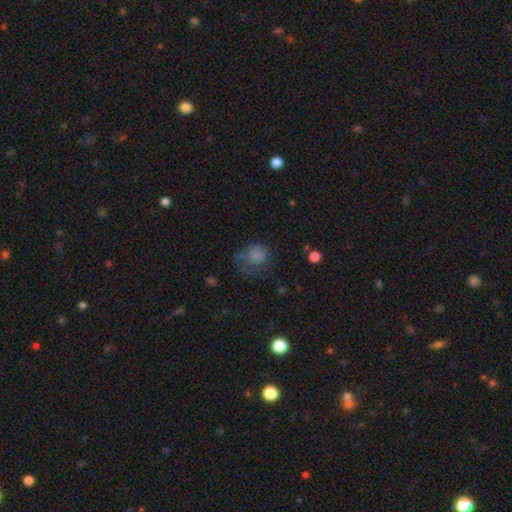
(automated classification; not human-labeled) A smooth galaxy with no disk features (76%) that is round (74%). Merging: none (49%).